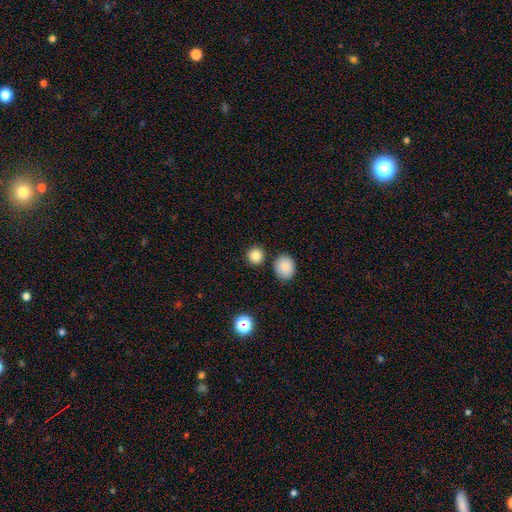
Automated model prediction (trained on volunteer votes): Smooth or featured? smooth (83%)
How rounded? round (90%)
Merging? none (84%)